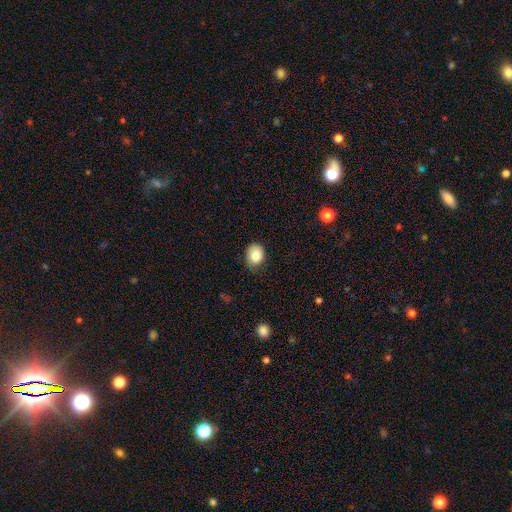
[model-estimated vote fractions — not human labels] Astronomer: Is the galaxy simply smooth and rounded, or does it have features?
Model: smooth — 86%.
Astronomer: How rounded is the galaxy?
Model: in between — 52% (runner-up: round, 47%).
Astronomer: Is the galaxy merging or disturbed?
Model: none — 70%.